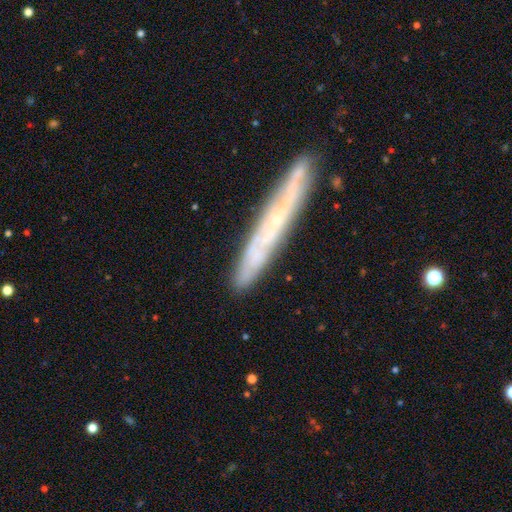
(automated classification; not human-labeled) A smooth galaxy with no disk features (45%). Merging: none (80%).